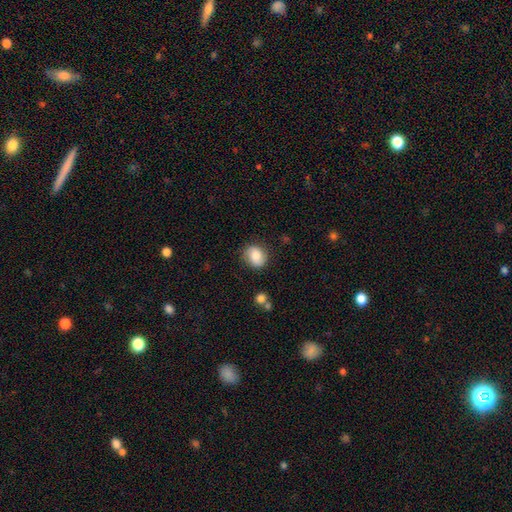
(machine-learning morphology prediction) Overall: smooth (78%). How rounded: round (64%; in between 35%). Merging: none (78%).